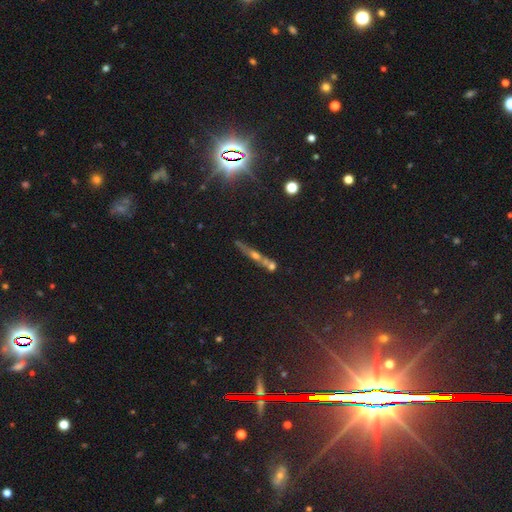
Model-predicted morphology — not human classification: Smooth or featured? Predicted: featured or disk (p=0.55). Edge-on disk? Predicted: yes (p=0.84). Merging? Predicted: none (p=0.61).